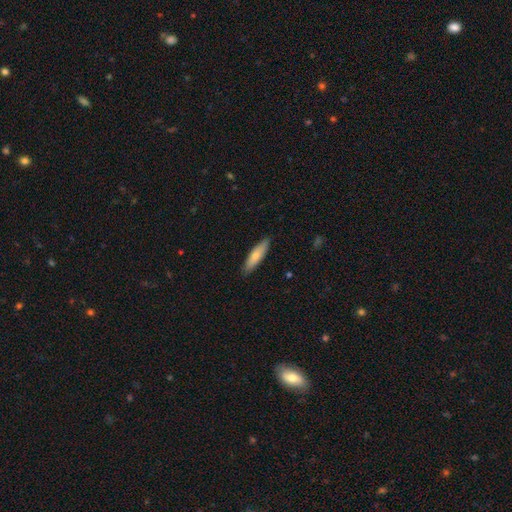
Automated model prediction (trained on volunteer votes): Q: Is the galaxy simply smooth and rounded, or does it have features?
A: smooth — 71%.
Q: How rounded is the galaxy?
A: cigar-shaped — 67%.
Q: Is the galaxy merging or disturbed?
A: none — 88%.